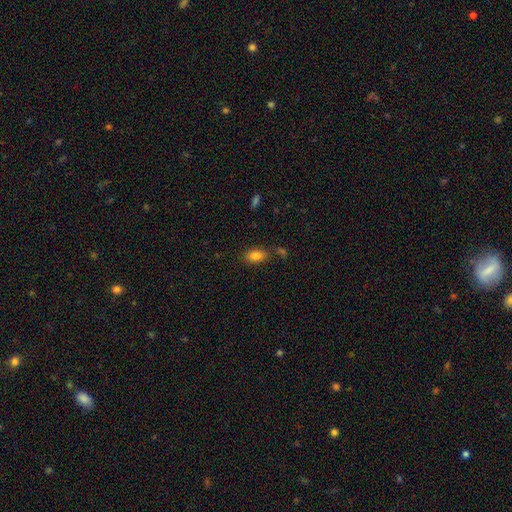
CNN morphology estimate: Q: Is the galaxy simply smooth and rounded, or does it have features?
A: smooth — 83%.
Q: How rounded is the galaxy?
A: in between — 90%.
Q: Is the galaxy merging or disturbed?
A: none — 74%.